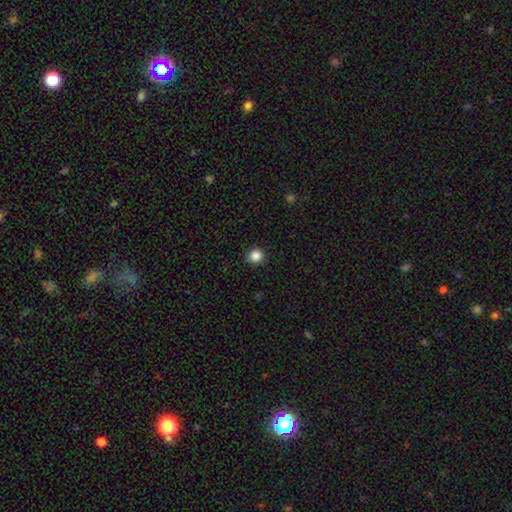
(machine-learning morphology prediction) The model was most divided on "smooth or featured": smooth: 86%, star or artifact: 11%, featured or disk: 3%. More confident: merging — none (92%); how rounded — round (92%).